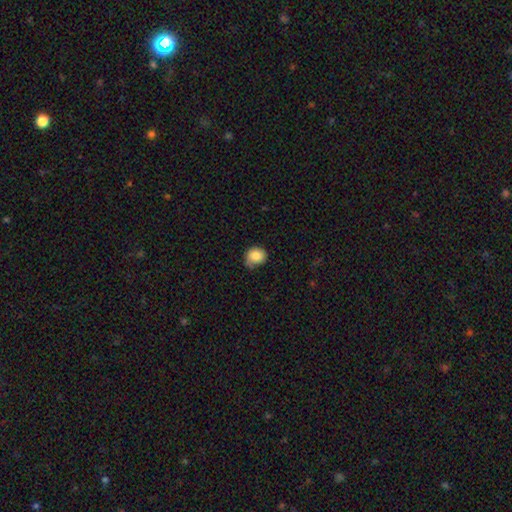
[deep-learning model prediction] Morphology: type=smooth (82%); roundness=round (70%); merging=none (50%).